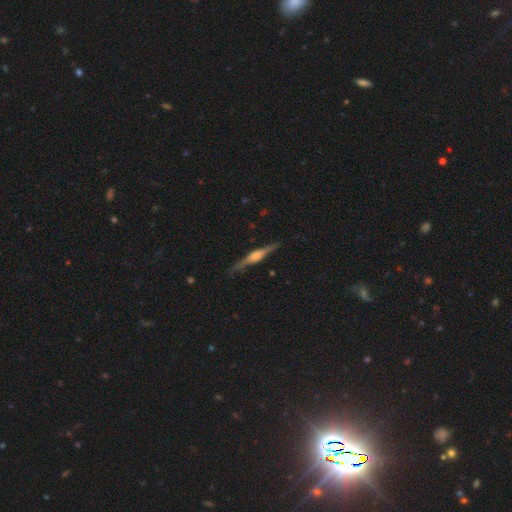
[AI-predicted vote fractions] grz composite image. It shows a featured or disk galaxy (77%) viewed edge-on (98%) with a rounded central bulge (81%). Merging: none (86%).